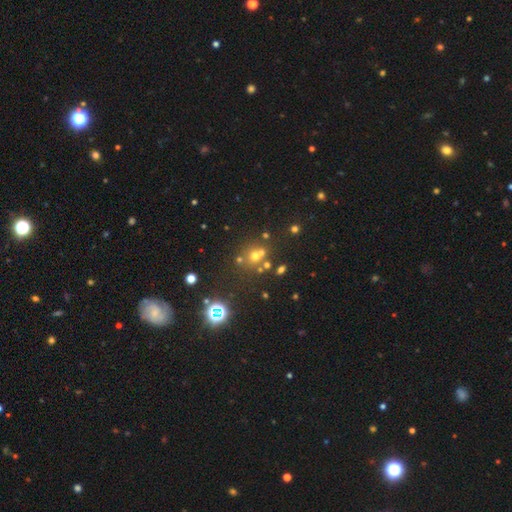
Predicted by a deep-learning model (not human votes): This appears to be a smooth galaxy with no disk features (49%). Merging: none (58%).